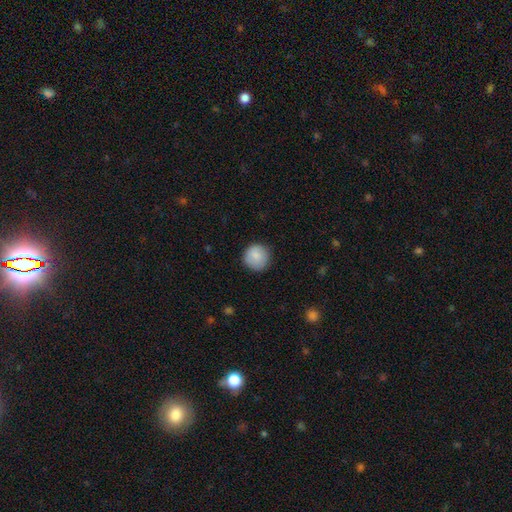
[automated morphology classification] Smooth or featured: smooth — 86% (star or artifact — 7%)
How rounded: round — 94% (in between — 5%)
Merging: none — 86% (minor disturbance — 11%)